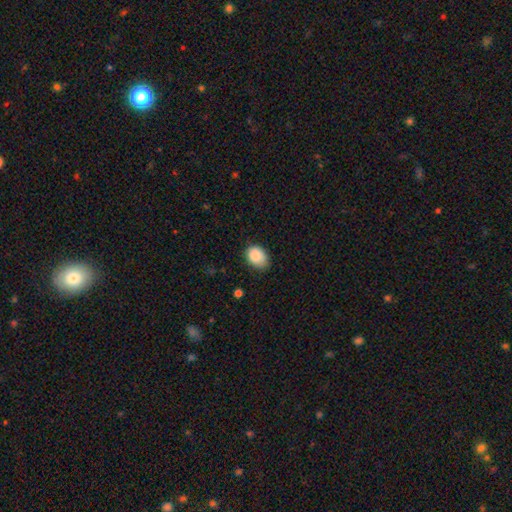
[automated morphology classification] Smooth or featured: smooth — 87% (star or artifact — 8%)
How rounded: in between — 74% (round — 26%)
Merging: none — 68% (minor disturbance — 27%)